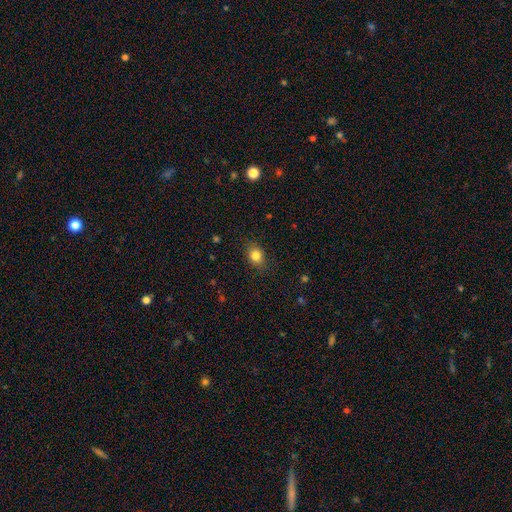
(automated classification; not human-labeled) This is clearly a smooth galaxy (82%). How rounded: possibly in between (54%). Merging: clearly none (84%).